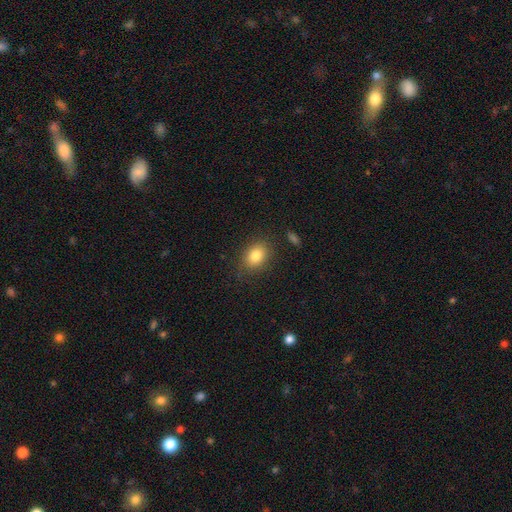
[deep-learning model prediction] The model was most divided on "how rounded": in between: 67%, round: 32%, cigar-shaped: 1%. More confident: smooth or featured — smooth (83%); merging — none (81%).